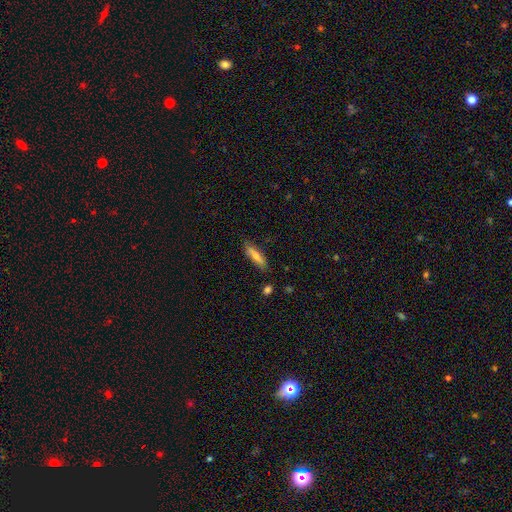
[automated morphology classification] smooth 63%, featured or disk 30%, star or artifact 7%. Down the decision tree: how rounded — cigar-shaped (72%); merging — none (81%).